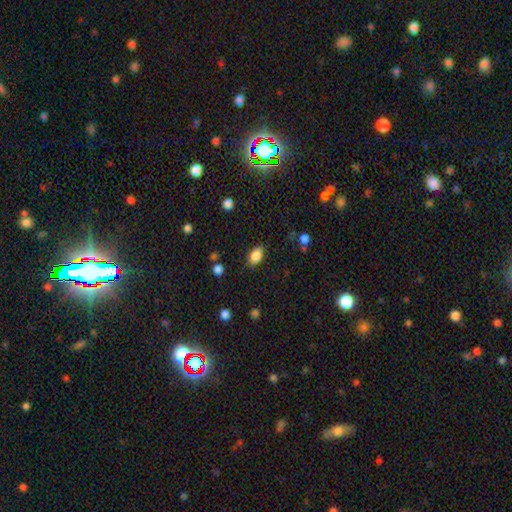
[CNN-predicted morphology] Smooth or featured? smooth (87%)
How rounded? in between (87%)
Merging? none (83%)